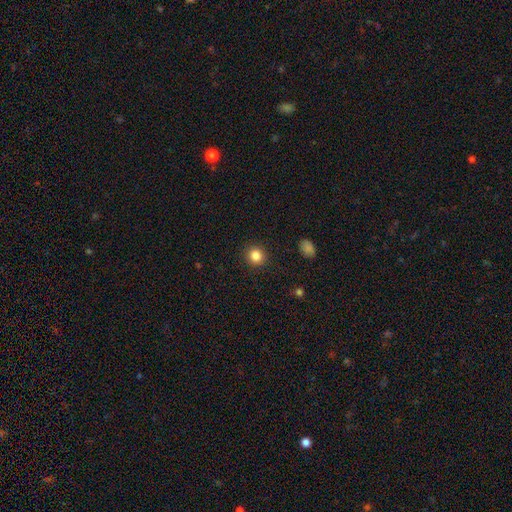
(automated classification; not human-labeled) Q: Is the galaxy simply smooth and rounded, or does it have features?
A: smooth — 84%.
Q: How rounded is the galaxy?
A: round — 89%.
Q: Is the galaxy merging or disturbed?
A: none — 91%.